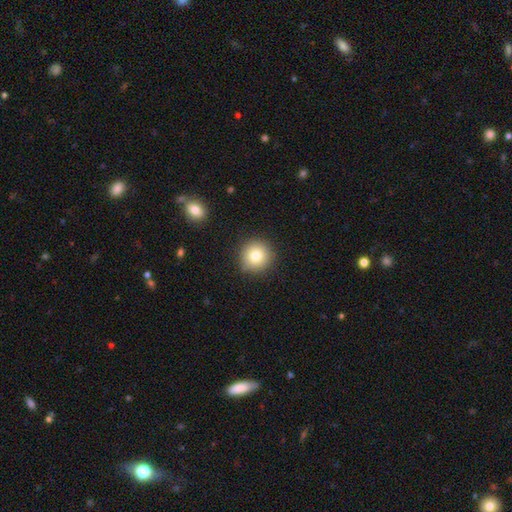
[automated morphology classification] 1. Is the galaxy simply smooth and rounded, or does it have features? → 78% smooth, 11% star or artifact, 10% featured or disk.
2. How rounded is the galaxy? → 94% round, 5% in between, 1% cigar-shaped.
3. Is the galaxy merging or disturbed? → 88% none, 8% minor disturbance, 2% major disturbance, 2% merger.